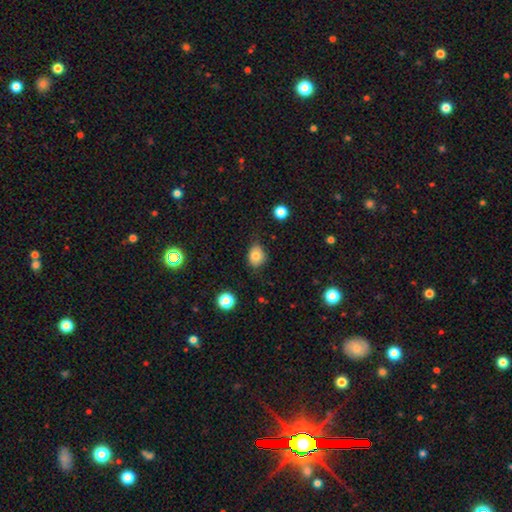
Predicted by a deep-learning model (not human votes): smooth-or-featured: smooth: 80% | star or artifact: 11% | featured or disk: 9%
  how-rounded: round: 51% | in between: 49% | cigar-shaped: 1%
  merging: none: 72% | minor disturbance: 22% | major disturbance: 4% | merger: 2%